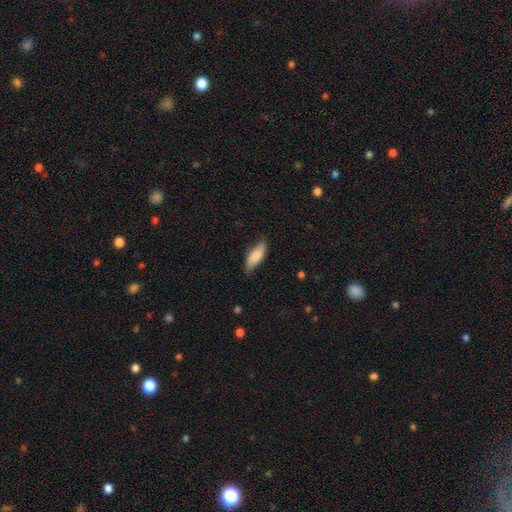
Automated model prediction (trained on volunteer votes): A smooth galaxy with no disk features (85%) that is in between round and cigar-shaped (72%). Merging: none (77%).